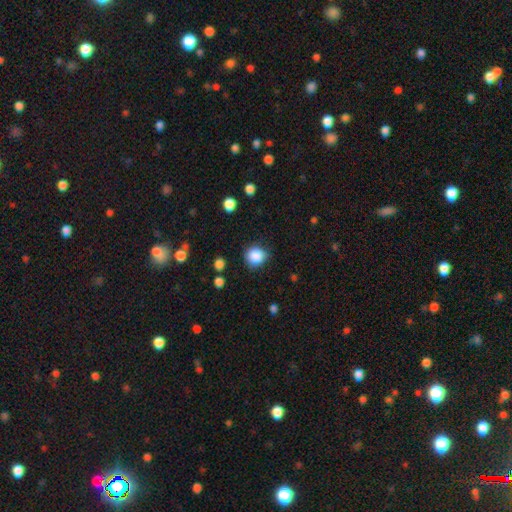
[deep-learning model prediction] Smooth or featured? Predicted: smooth (p=0.86). How rounded? Predicted: round (p=0.87). Merging? Predicted: none (p=0.78).